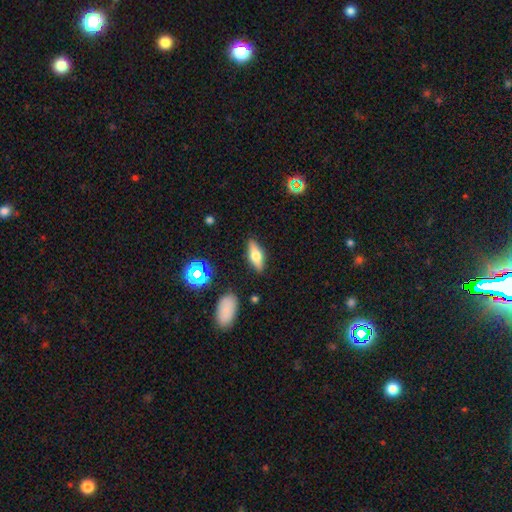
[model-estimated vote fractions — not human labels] This is possibly a smooth galaxy (49%). Merging: clearly none (87%).